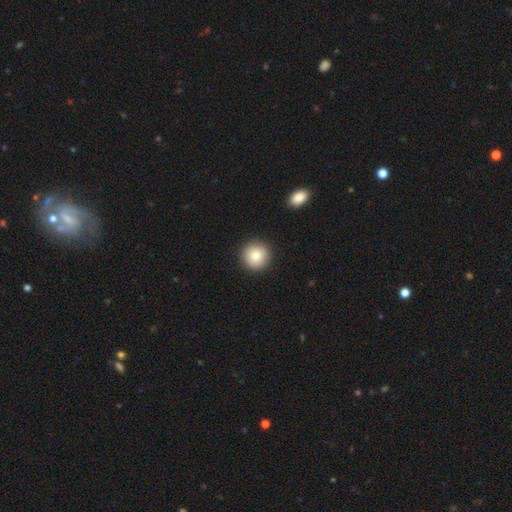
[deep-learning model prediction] smooth_or_featured: smooth (p=0.83) [alt: star or artifact p=0.08]
how_rounded: round (p=0.95) [alt: in between p=0.04]
merging: none (p=0.92) [alt: minor disturbance p=0.05]